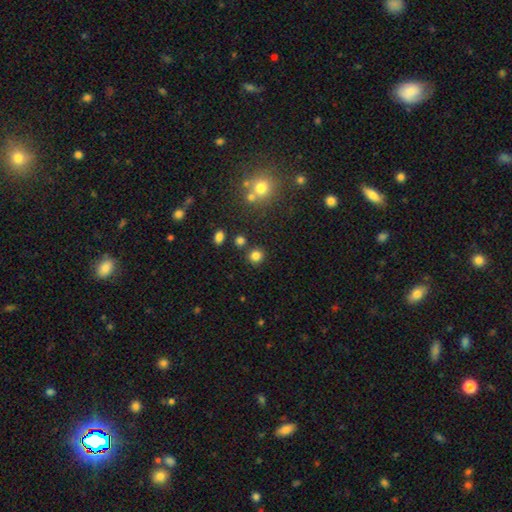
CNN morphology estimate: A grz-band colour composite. It shows a smooth galaxy with no disk features (81%) that is round (91%). Merging: none (85%).